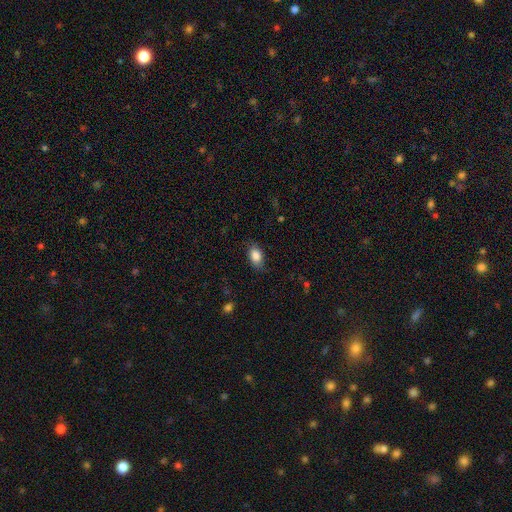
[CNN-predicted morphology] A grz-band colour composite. It shows a smooth galaxy with no disk features (85%) that is in between round and cigar-shaped (87%). Merging: none (78%).